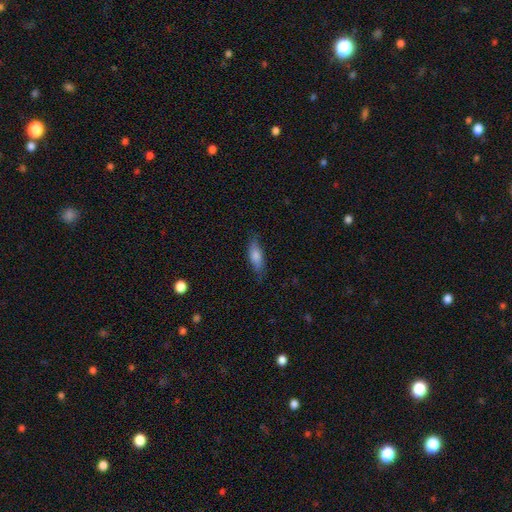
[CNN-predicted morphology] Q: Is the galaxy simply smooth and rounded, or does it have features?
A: smooth — 70%.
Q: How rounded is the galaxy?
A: in between — 63%.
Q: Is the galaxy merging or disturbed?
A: none — 76%.